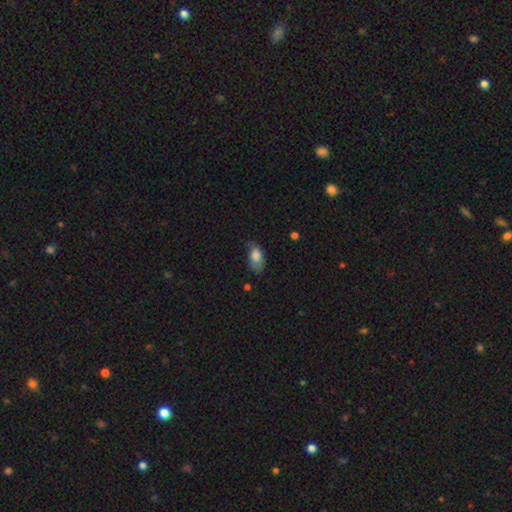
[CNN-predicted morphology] smooth_or_featured: smooth (p=0.78) [alt: featured or disk p=0.15]
how_rounded: in between (p=0.90) [alt: round p=0.06]
merging: none (p=0.47) [alt: minor disturbance p=0.36]